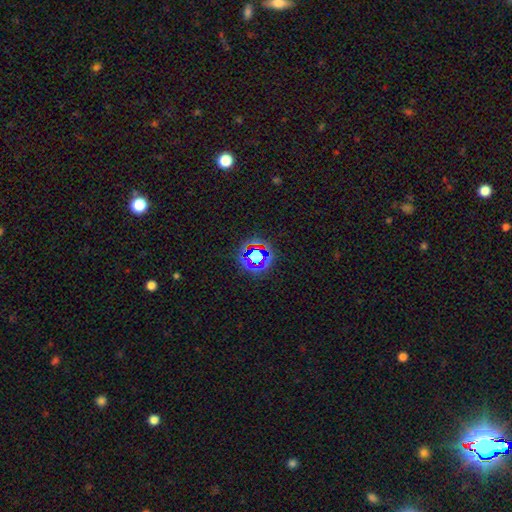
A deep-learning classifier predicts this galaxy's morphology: Smooth or featured? Predicted: star or artifact (p=0.63).